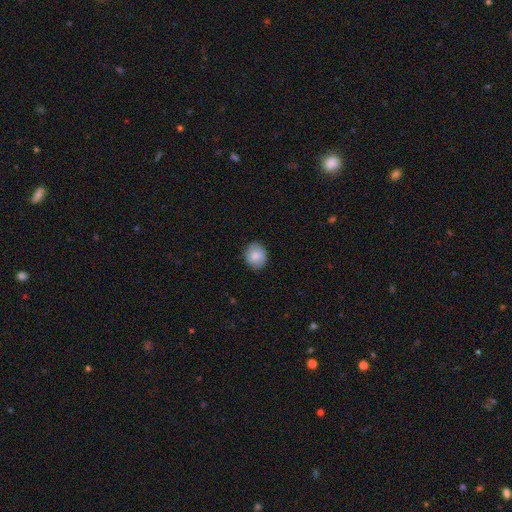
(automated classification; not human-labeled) The model was most divided on "how rounded": round: 68%, in between: 31%, cigar-shaped: 1%. More confident: merging — none (85%); smooth or featured — smooth (80%).